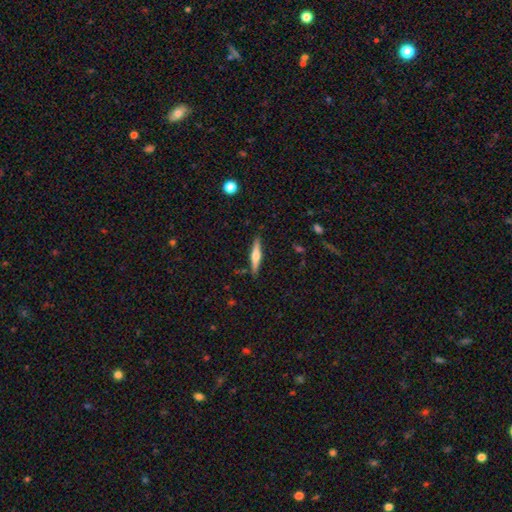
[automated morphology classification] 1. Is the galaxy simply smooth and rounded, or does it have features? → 55% featured or disk, 39% smooth, 6% star or artifact.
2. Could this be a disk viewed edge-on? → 96% yes, 4% no.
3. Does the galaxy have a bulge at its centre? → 89% rounded, 5% boxy, 5% none.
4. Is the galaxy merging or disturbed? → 89% none, 8% minor disturbance, 2% major disturbance, 2% merger.